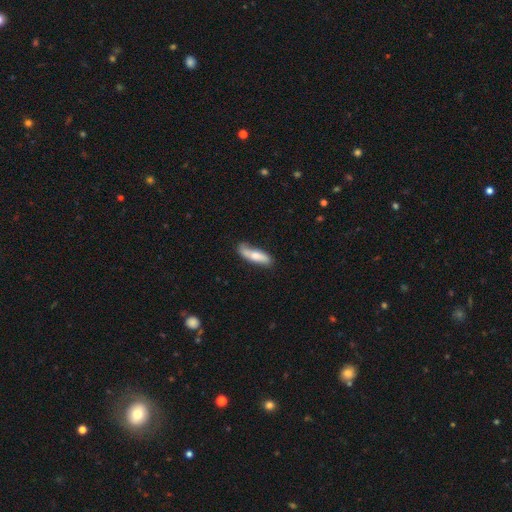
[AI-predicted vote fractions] Smooth or featured?
  - smooth: 67% *
  - featured or disk: 27%
  - star or artifact: 6%
How rounded?
  - cigar-shaped: 60% *
  - in between: 38%
  - round: 2%
Merging?
  - none: 59% *
  - minor disturbance: 27%
  - major disturbance: 8%
  - merger: 7%